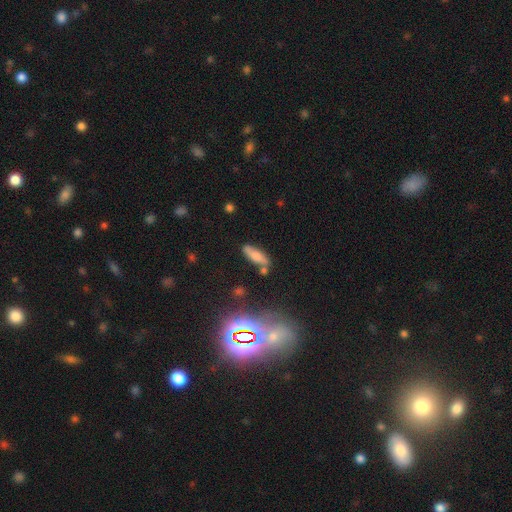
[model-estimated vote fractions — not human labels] This is likely a smooth galaxy (67%). How rounded: possibly cigar-shaped (50%). Merging: likely none (74%).